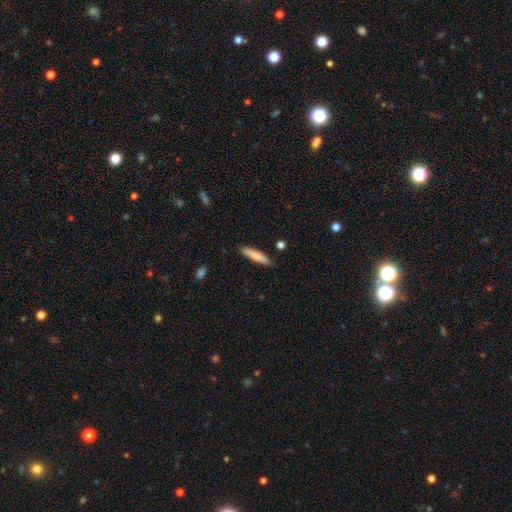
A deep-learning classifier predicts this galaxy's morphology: This appears to be a smooth galaxy with no disk features (80%) that is cigar-shaped (84%). Merging: none (86%).